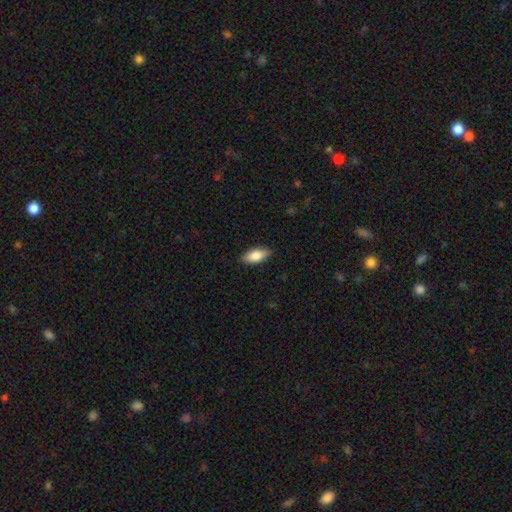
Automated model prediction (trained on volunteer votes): This appears to be a smooth galaxy with no disk features (83%) that is in between round and cigar-shaped (87%). Merging: none (86%).